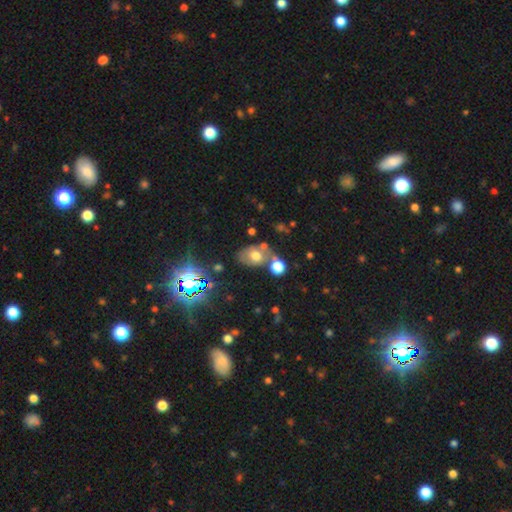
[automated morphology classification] Overall: smooth (59%; featured or disk 23%). How rounded: in between (69%; round 30%). Merging: none (47%; merger 28%).